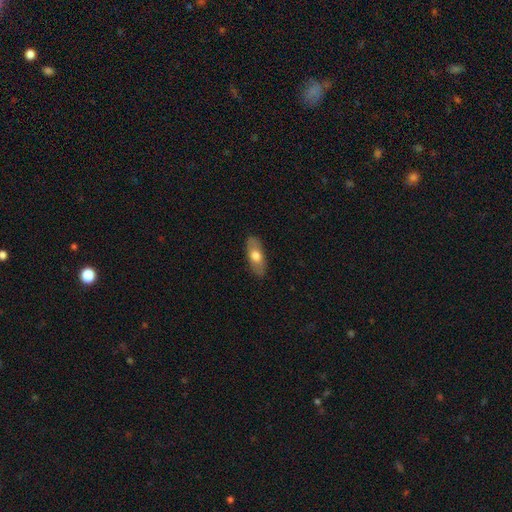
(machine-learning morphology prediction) smooth-or-featured: smooth: 67% | featured or disk: 27% | star or artifact: 6%
  how-rounded: in between: 82% | cigar-shaped: 15% | round: 4%
  merging: none: 87% | minor disturbance: 10% | major disturbance: 2% | merger: 1%